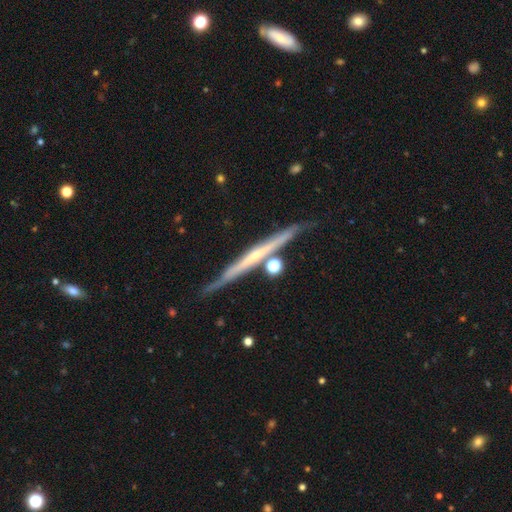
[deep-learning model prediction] The model was most divided on "edge-on bulge": none: 61%, rounded: 34%, boxy: 6%. More confident: edge-on disk — yes (97%); merging — none (78%); smooth or featured — featured or disk (73%).